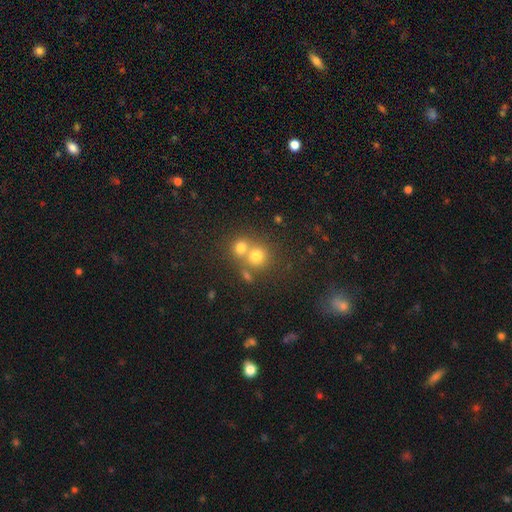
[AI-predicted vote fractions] A smooth galaxy with no disk features (71%) that is round (85%).

Vote fractions:
- Smooth or featured? smooth: 71% / star or artifact: 17% / featured or disk: 12%
- How rounded? round: 85% / in between: 14% / cigar-shaped: 1%
- Merging? merger: 47% / none: 44% / minor disturbance: 6% / major disturbance: 3%